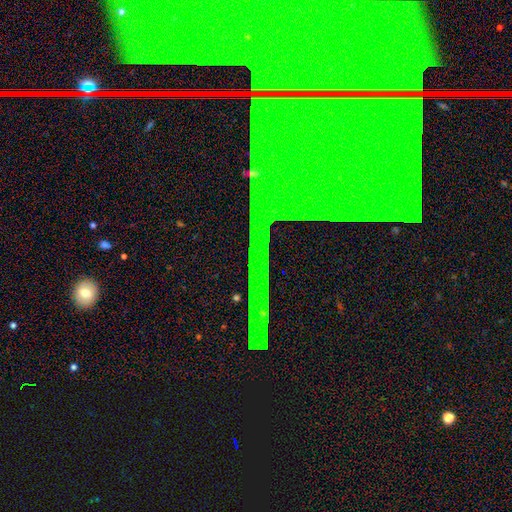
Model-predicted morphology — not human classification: Smooth or featured? Predicted: star or artifact (p=0.80).